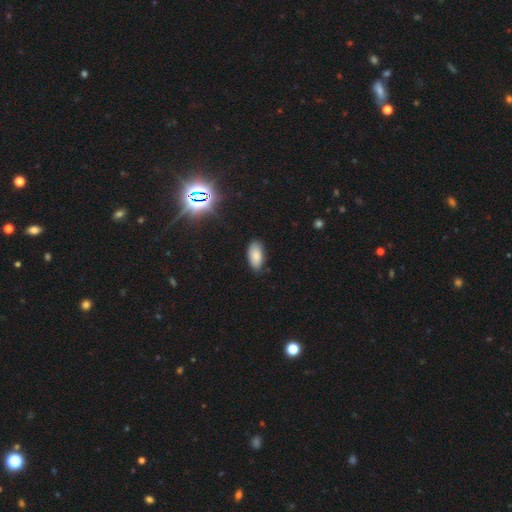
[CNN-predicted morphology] Overall: smooth (83%). How rounded: in between (92%). Merging: none (79%).